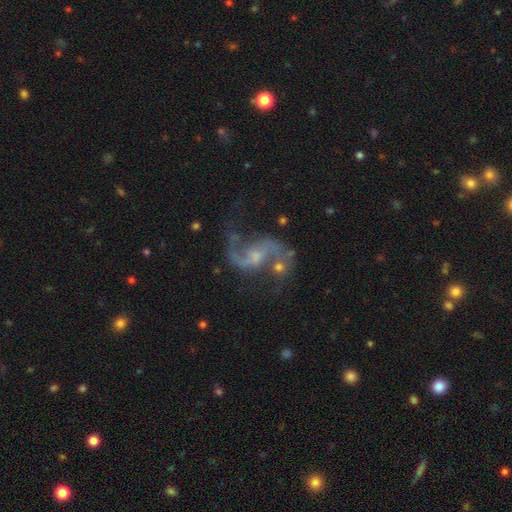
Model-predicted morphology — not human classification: This is clearly a featured or disk galaxy (89%). It is clearly not viewed edge-on (98%). Bar: possibly weak (46%). Spiral arm pattern: clearly yes (96%). Spiral arm count: clearly 2 (92%). Spiral winding: likely loose (66%). Central bulge: possibly small (53%). Merging: possibly none (59%).